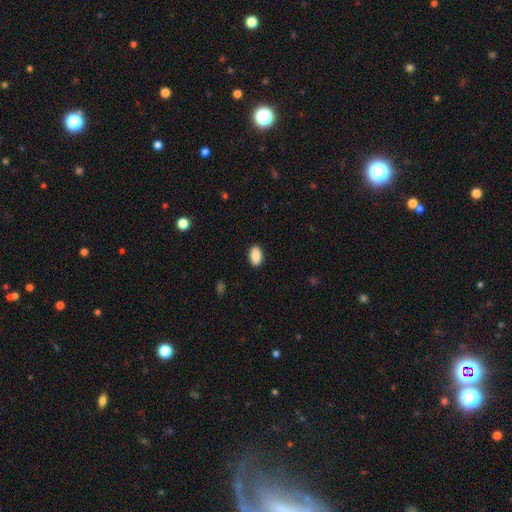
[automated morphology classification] Smooth or featured?
  - smooth: 90% *
  - star or artifact: 7%
  - featured or disk: 3%
How rounded?
  - in between: 93% *
  - round: 5%
  - cigar-shaped: 2%
Merging?
  - none: 90% *
  - minor disturbance: 8%
  - major disturbance: 2%
  - merger: 1%